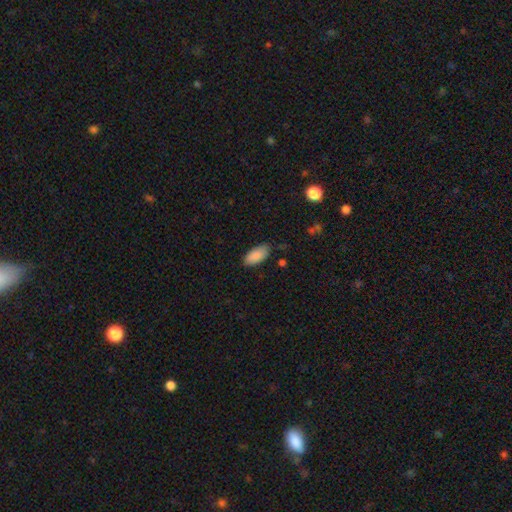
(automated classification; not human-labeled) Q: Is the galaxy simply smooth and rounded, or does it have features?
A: smooth — 89%.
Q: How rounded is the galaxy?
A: in between — 91%.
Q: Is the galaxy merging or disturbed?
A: none — 81%.